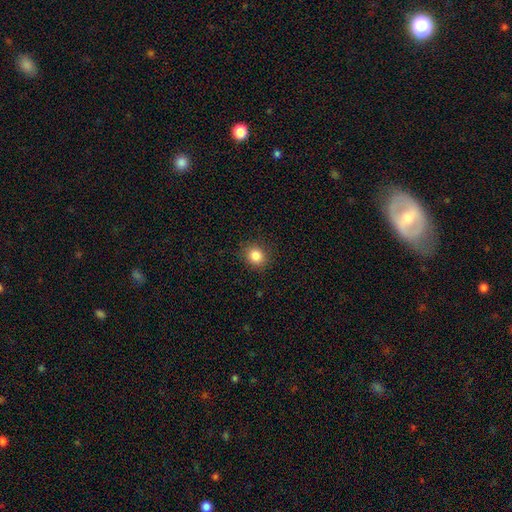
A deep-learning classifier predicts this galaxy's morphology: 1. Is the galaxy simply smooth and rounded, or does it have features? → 85% smooth, 11% star or artifact, 5% featured or disk.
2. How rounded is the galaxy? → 82% round, 17% in between, 1% cigar-shaped.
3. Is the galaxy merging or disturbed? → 89% none, 8% minor disturbance, 3% major disturbance, 1% merger.